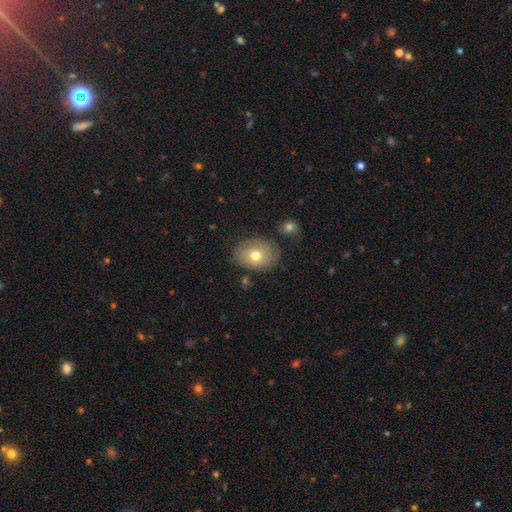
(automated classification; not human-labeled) Smooth or featured? Predicted: smooth (p=0.70). How rounded? Predicted: in between (p=0.62). Merging? Predicted: none (p=0.76).